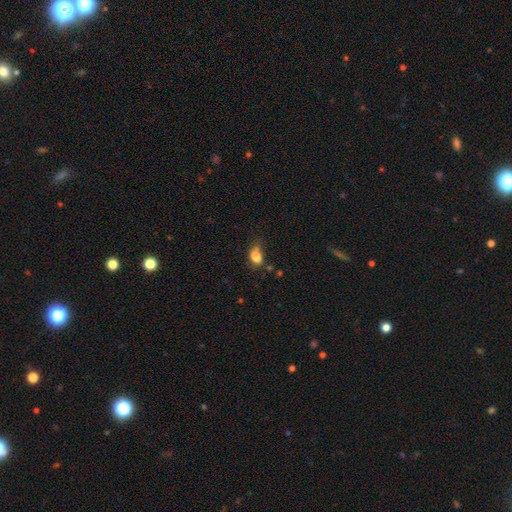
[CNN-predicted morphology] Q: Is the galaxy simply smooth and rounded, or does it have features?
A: smooth — 79%.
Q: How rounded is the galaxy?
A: in between — 70%.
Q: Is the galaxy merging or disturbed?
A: none — 47%.